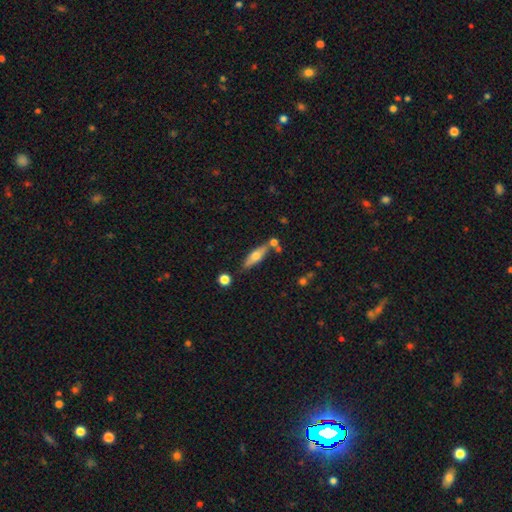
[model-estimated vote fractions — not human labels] smooth-or-featured: smooth: 52% | featured or disk: 41% | star or artifact: 7%
  how-rounded: cigar-shaped: 61% | in between: 36% | round: 3%
  merging: none: 69% | minor disturbance: 14% | merger: 13% | major disturbance: 4%